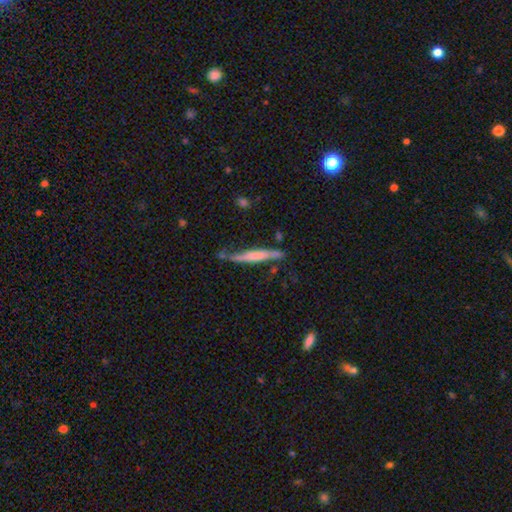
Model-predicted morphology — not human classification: This appears to be a smooth galaxy with no disk features (48%). Merging: none (64%).